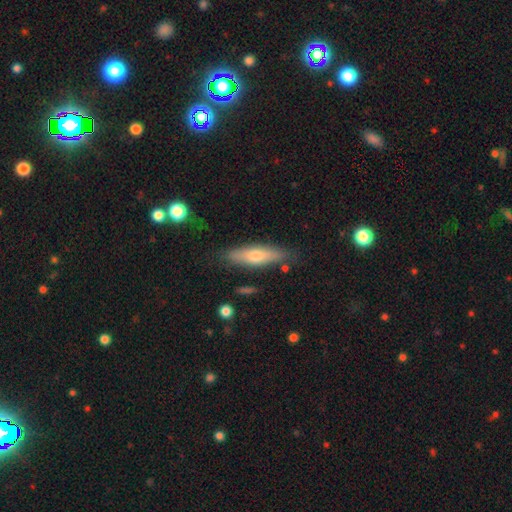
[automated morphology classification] Smooth or featured: smooth — 56% (featured or disk — 37%)
How rounded: cigar-shaped — 64% (in between — 34%)
Merging: none — 80% (minor disturbance — 14%)